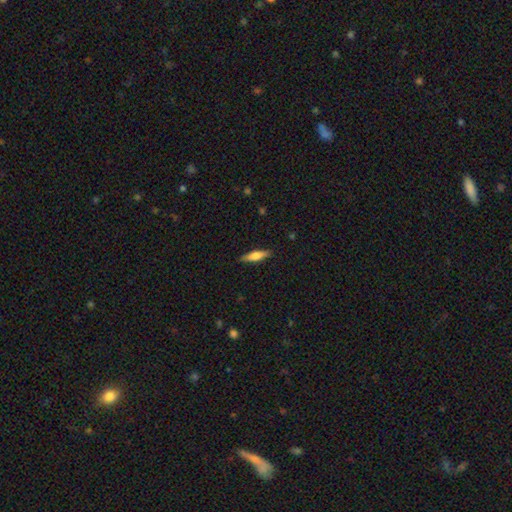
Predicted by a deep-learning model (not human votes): A smooth galaxy with no disk features (63%) that is cigar-shaped (69%). Merging: none (88%).